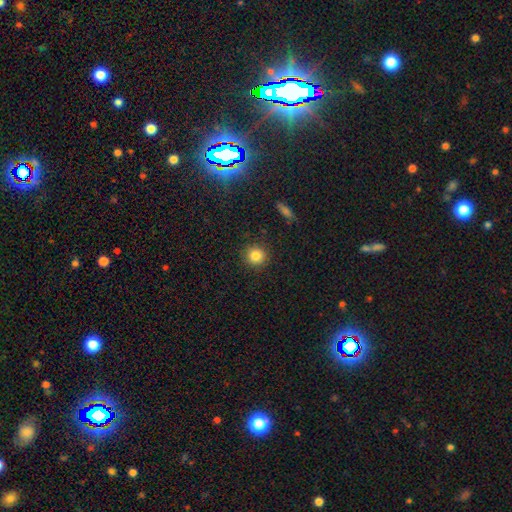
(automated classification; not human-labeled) Q: Smooth or featured?
A: smooth (83%); runner-up: star or artifact (11%)
Q: How rounded?
A: round (93%); runner-up: in between (6%)
Q: Merging?
A: none (90%); runner-up: minor disturbance (6%)